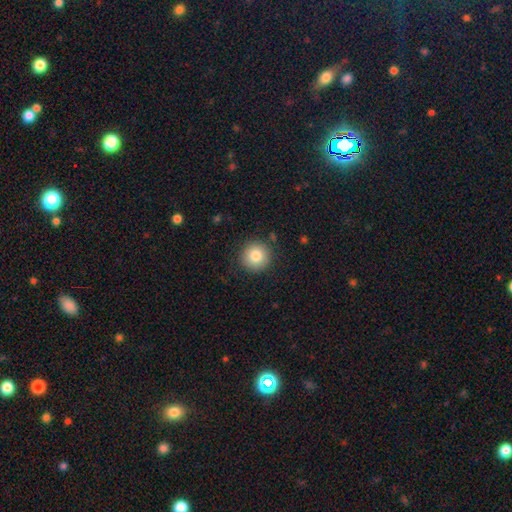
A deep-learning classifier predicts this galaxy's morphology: A smooth galaxy with no disk features (83%) that is round (95%). Merging: none (89%).